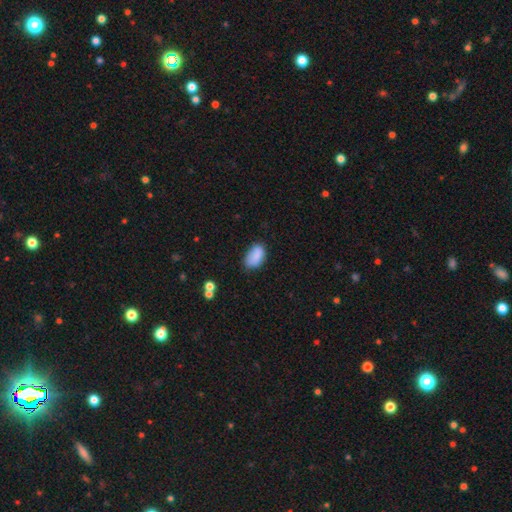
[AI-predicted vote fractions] smooth 86%, star or artifact 8%, featured or disk 6%. Down the decision tree: how rounded — in between (91%); merging — none (70%).